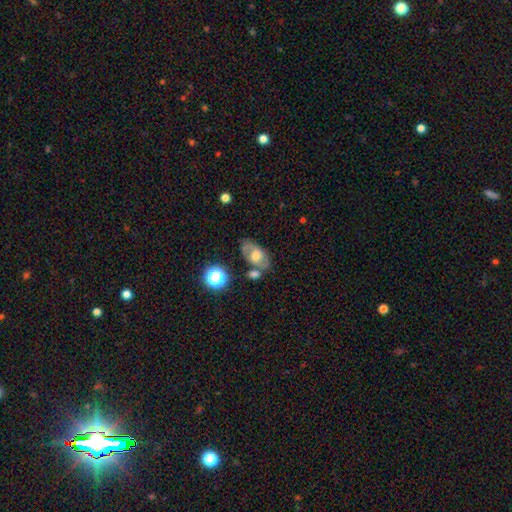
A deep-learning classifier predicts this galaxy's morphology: Q: Smooth or featured?
A: smooth (46%); runner-up: featured or disk (44%)
Q: Merging?
A: none (59%); runner-up: minor disturbance (19%)